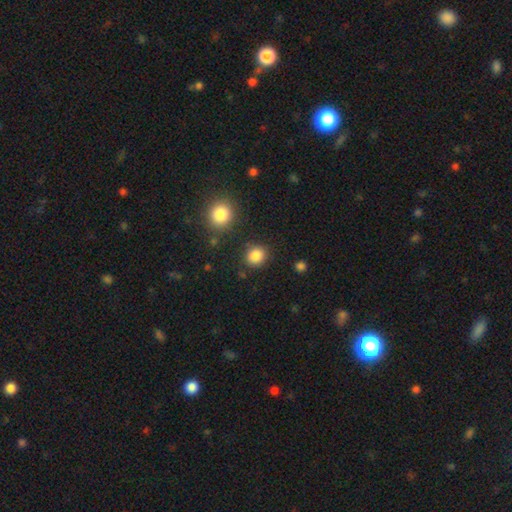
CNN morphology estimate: type=smooth (86%); roundness=round (75%); merging=none (84%).